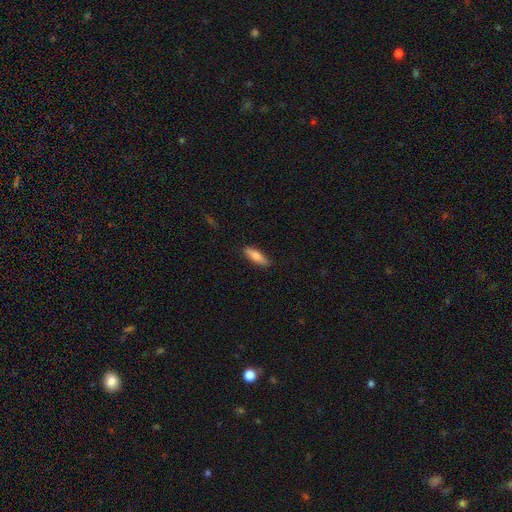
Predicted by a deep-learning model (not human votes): smooth_or_featured: smooth (p=0.76) [alt: featured or disk p=0.18]
how_rounded: cigar-shaped (p=0.54) [alt: in between p=0.44]
merging: none (p=0.88) [alt: minor disturbance p=0.10]